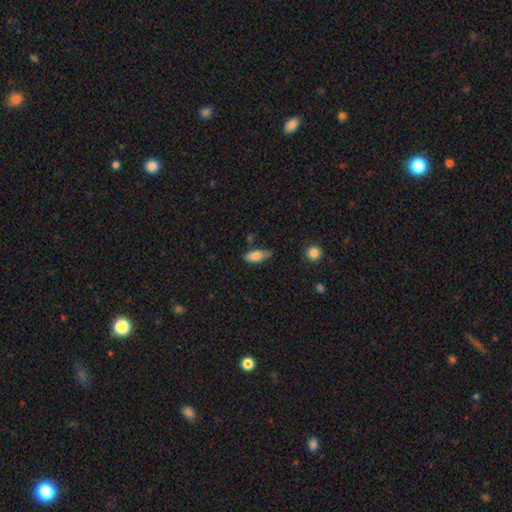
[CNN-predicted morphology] Smooth or featured? smooth (80%)
How rounded? in between (82%)
Merging? none (61%)